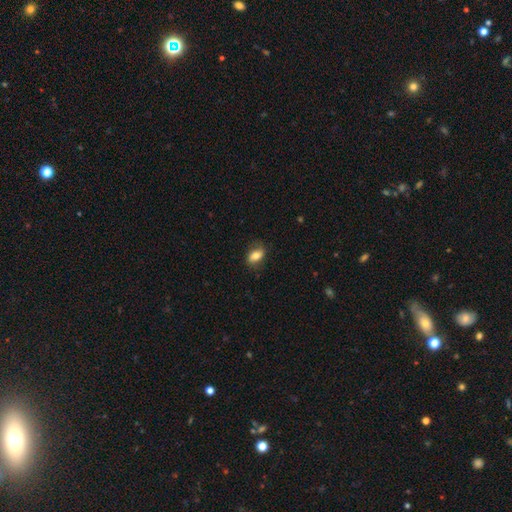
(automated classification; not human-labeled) Smooth or featured: smooth — 76% (featured or disk — 16%)
How rounded: in between — 85% (round — 12%)
Merging: none — 79% (minor disturbance — 16%)